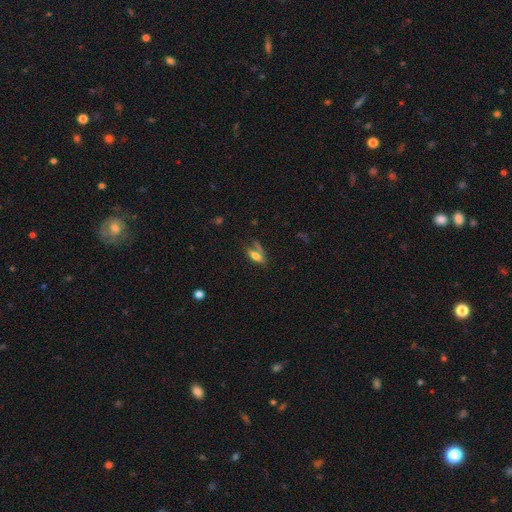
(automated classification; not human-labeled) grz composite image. It shows a smooth galaxy with no disk features (64%) that is in between round and cigar-shaped (75%). Merging: none (53%).